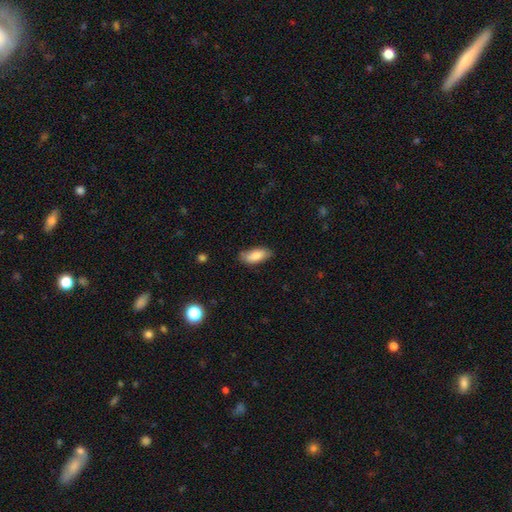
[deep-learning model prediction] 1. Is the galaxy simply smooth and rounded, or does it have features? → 83% smooth, 11% featured or disk, 6% star or artifact.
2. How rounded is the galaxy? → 83% in between, 15% cigar-shaped, 2% round.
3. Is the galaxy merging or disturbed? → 78% none, 18% minor disturbance, 3% major disturbance, 1% merger.